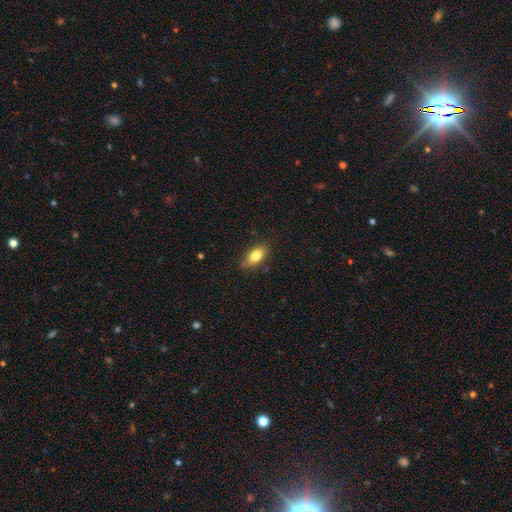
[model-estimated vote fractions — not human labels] A smooth galaxy with no disk features (81%) that is in between round and cigar-shaped (87%). Merging: none (81%).